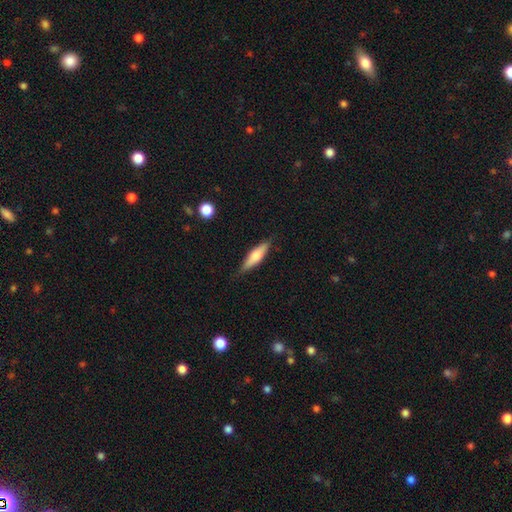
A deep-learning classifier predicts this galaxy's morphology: type=smooth (66%); roundness=cigar-shaped (64%); merging=none (81%).